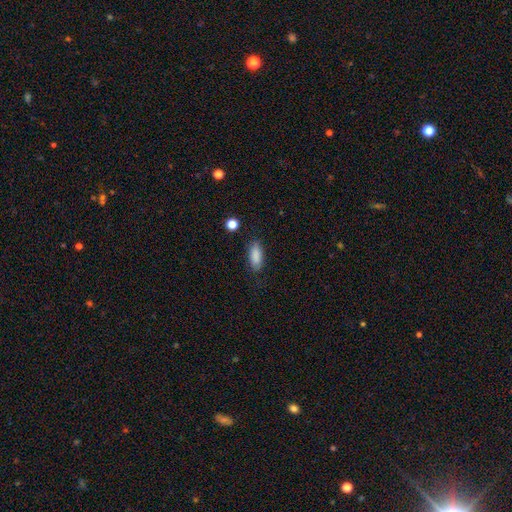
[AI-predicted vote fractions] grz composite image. It shows a smooth galaxy with no disk features (88%) that is in between round and cigar-shaped (79%). Merging: none (83%).